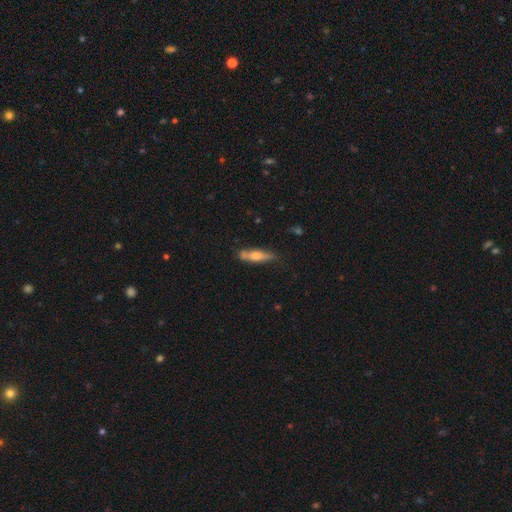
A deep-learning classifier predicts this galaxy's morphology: Overall: smooth (55%; featured or disk 39%). How rounded: cigar-shaped (72%). Merging: none (70%).